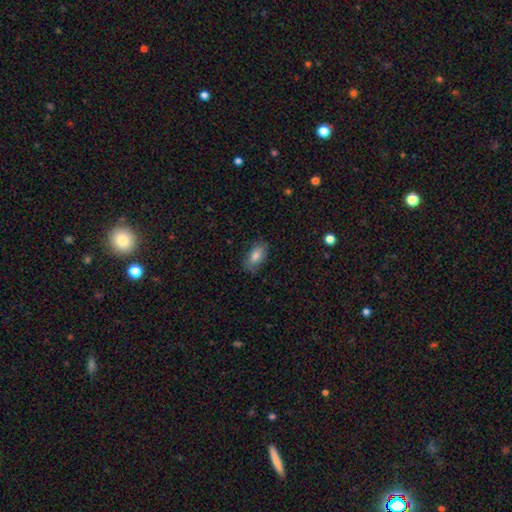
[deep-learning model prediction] The model was most divided on "merging": none: 78%, minor disturbance: 17%, major disturbance: 4%, merger: 1%. More confident: how rounded — in between (90%); smooth or featured — smooth (77%).